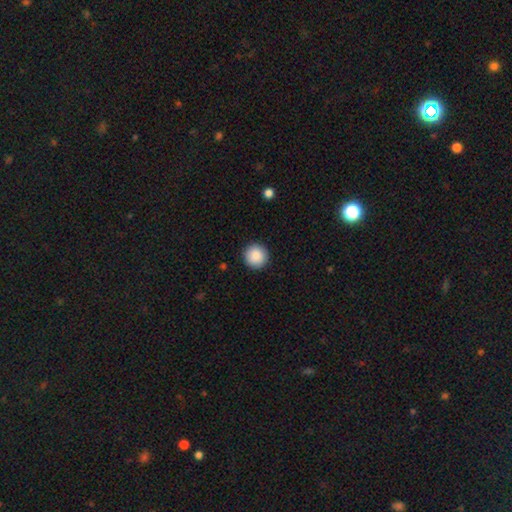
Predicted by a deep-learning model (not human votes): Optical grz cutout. It shows a smooth galaxy with no disk features (88%) that is round (96%). Merging: none (92%).